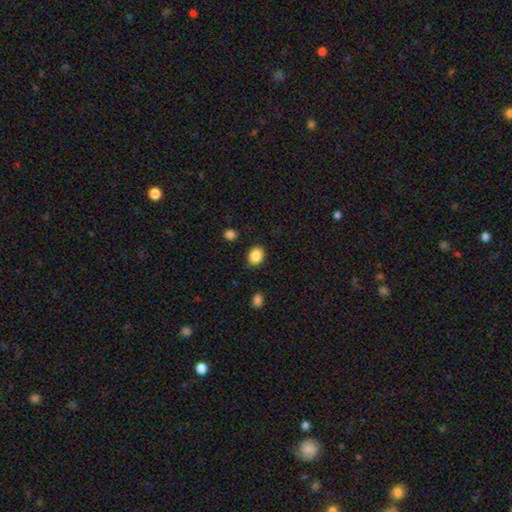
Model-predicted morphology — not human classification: Overall: smooth (87%). How rounded: round (52%; in between 47%). Merging: none (86%).